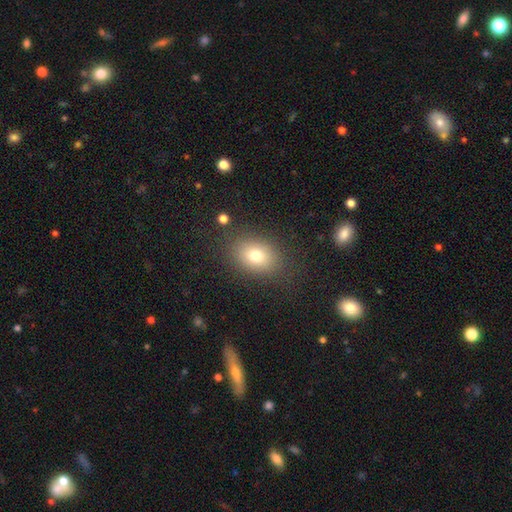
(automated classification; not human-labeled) smooth 75%, star or artifact 13%, featured or disk 12%. Down the decision tree: how rounded — in between (63%); merging — none (82%).